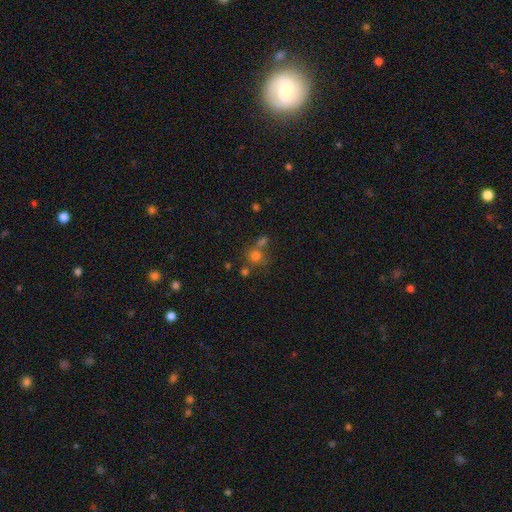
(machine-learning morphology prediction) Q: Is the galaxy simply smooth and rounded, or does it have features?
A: smooth — 70%.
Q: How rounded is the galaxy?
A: round — 83%.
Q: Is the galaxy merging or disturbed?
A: none — 53%.